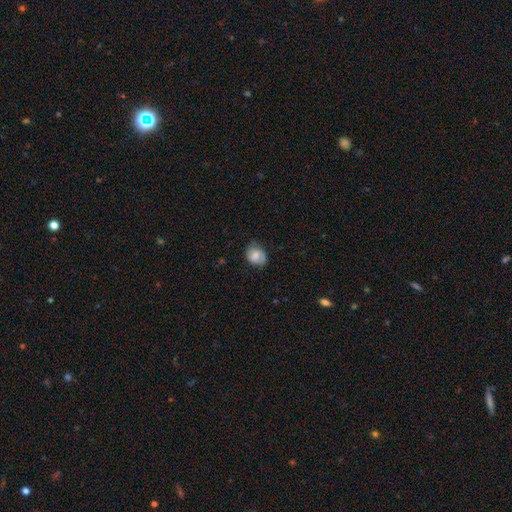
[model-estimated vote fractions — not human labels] The model was most divided on "how rounded": round: 51%, in between: 48%, cigar-shaped: 1%. More confident: merging — none (68%); smooth or featured — smooth (66%).